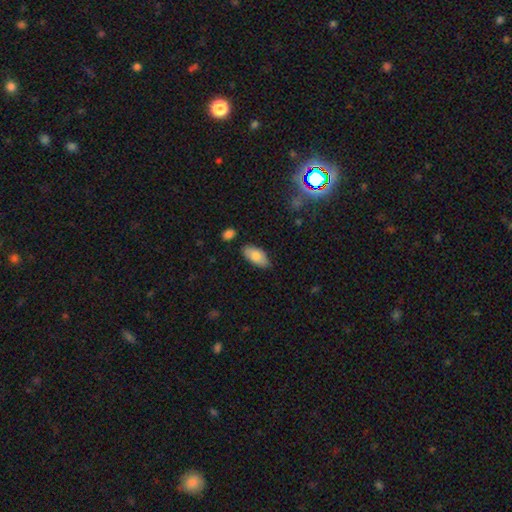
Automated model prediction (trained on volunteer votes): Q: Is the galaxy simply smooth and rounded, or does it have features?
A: smooth — 81%.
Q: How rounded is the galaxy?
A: in between — 93%.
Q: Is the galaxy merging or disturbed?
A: none — 80%.